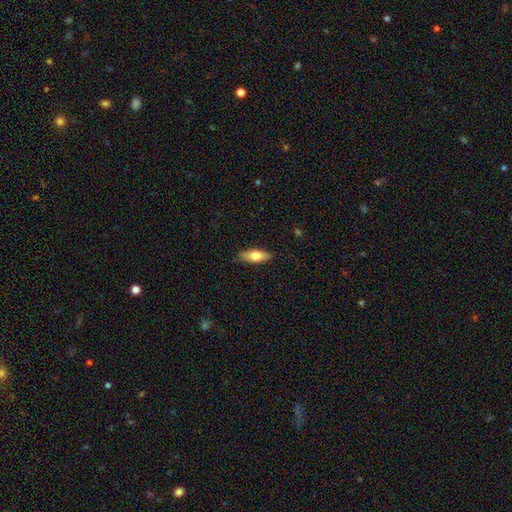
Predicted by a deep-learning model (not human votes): This is likely a smooth galaxy (71%). How rounded: likely in between (66%). Merging: clearly none (86%).